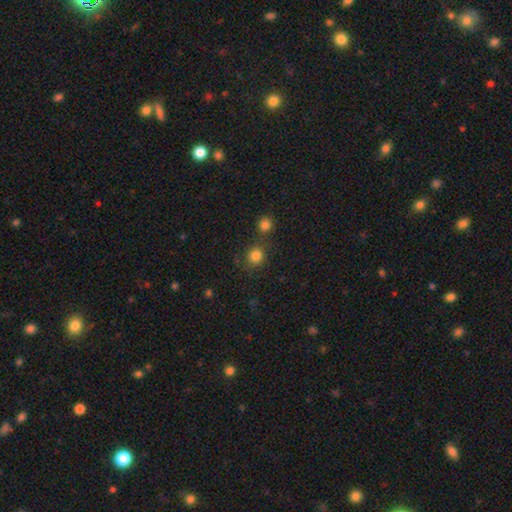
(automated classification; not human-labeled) Overall: smooth (81%). How rounded: round (89%). Merging: none (70%).